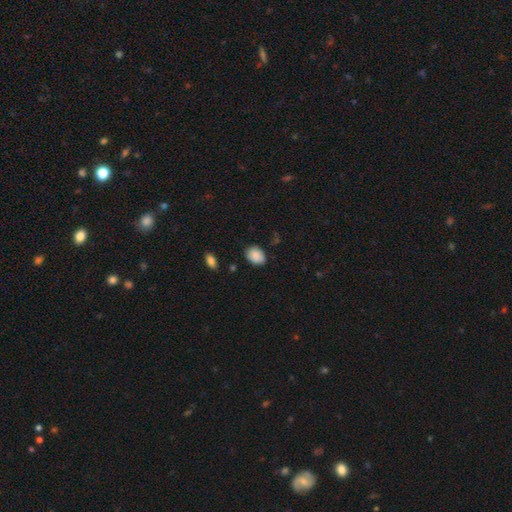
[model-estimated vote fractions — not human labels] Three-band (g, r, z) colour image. It shows a smooth galaxy with no disk features (89%) that is in between round and cigar-shaped (73%). Merging: none (81%).